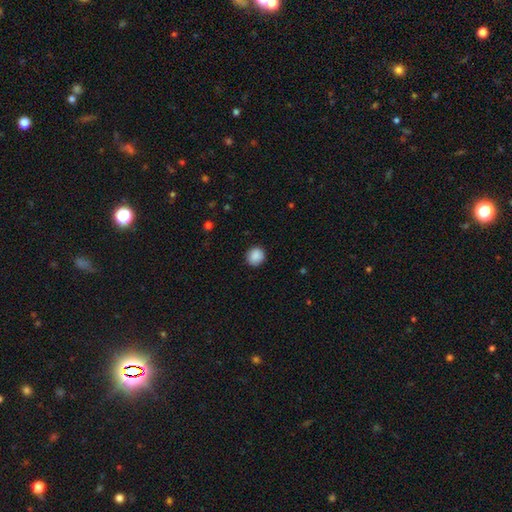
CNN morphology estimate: A smooth galaxy with no disk features (89%) that is round (89%).

Vote fractions:
- Smooth or featured? smooth: 89% / star or artifact: 8% / featured or disk: 3%
- How rounded? round: 89% / in between: 10% / cigar-shaped: 1%
- Merging? none: 88% / minor disturbance: 8% / major disturbance: 2% / merger: 1%